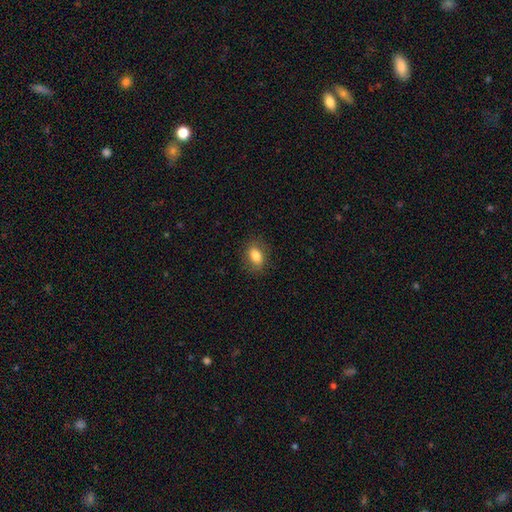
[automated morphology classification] smooth_or_featured: smooth (p=0.81) [alt: featured or disk p=0.10]
how_rounded: in between (p=0.78) [alt: round p=0.20]
merging: none (p=0.84) [alt: minor disturbance p=0.12]